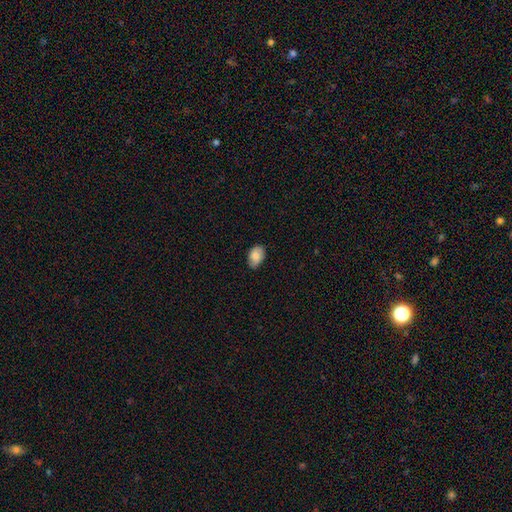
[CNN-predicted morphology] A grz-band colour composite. It shows a smooth galaxy with no disk features (81%) that is in between round and cigar-shaped (86%). Merging: none (79%).